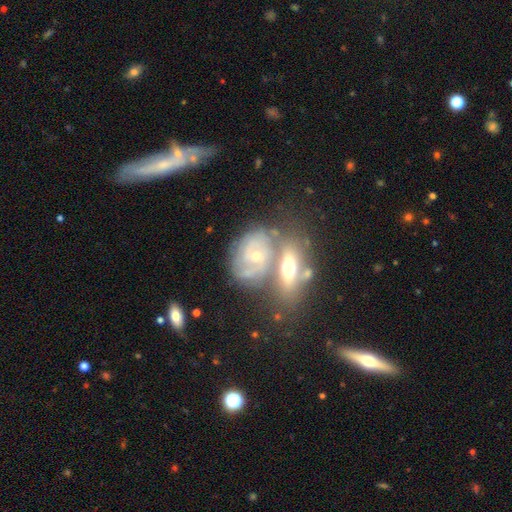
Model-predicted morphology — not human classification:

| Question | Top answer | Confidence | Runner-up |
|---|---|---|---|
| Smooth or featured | featured or disk | 75% | smooth (18%) |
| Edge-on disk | no | 93% | yes (7%) |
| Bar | no | 71% | weak (22%) |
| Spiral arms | yes | 84% | no (16%) |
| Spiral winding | tight | 61% | medium (30%) |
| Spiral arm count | can't tell | 36% | 2 (34%) |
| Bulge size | small | 54% | moderate (41%) |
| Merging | none | 39% | tied: merger (39%) |